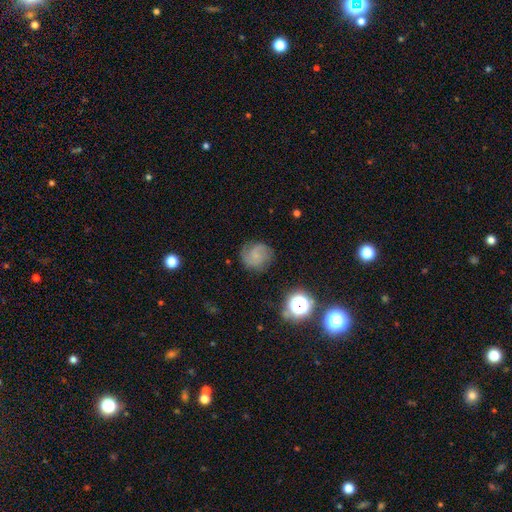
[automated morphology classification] Q: Smooth or featured?
A: featured or disk (53%); runner-up: smooth (34%)
Q: Edge-on disk?
A: no (98%); runner-up: yes (2%)
Q: Bar?
A: no (64%); runner-up: weak (31%)
Q: Spiral arms?
A: yes (90%); runner-up: no (10%)
Q: Bulge size?
A: small (46%); runner-up: none (38%)
Q: Merging?
A: none (74%); runner-up: minor disturbance (17%)